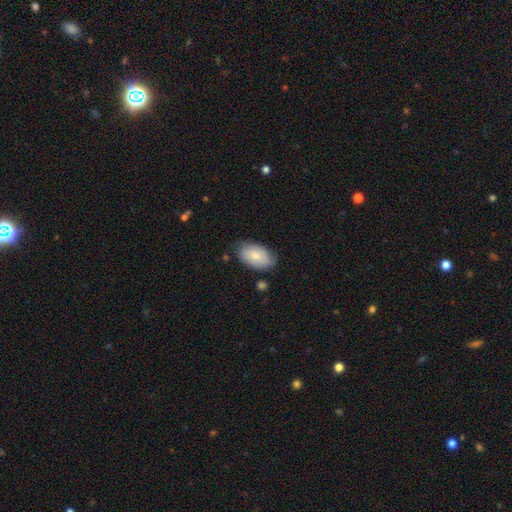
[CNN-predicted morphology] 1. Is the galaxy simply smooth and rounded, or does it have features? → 74% smooth, 20% featured or disk, 6% star or artifact.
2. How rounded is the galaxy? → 93% in between, 5% round, 1% cigar-shaped.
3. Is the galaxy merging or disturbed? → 71% none, 22% minor disturbance, 4% major disturbance, 2% merger.